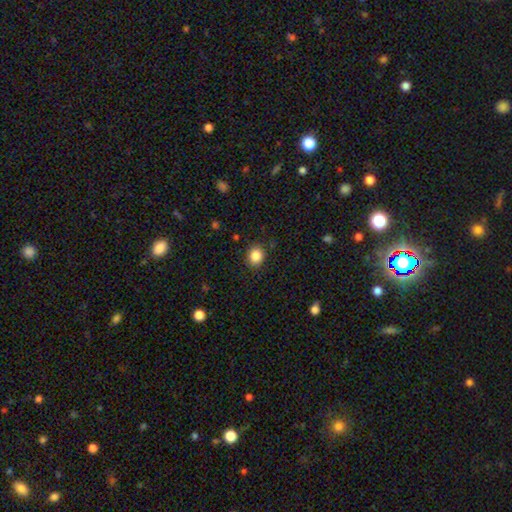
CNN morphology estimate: Smooth or featured?
  - smooth: 85% *
  - star or artifact: 10%
  - featured or disk: 5%
How rounded?
  - round: 72% *
  - in between: 27%
  - cigar-shaped: 1%
Merging?
  - none: 89% *
  - minor disturbance: 8%
  - major disturbance: 2%
  - merger: 1%